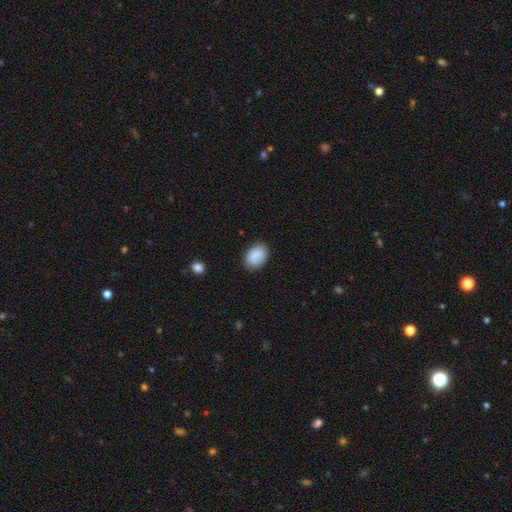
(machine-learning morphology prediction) type=smooth (88%); roundness=in between (80%); merging=none (81%).